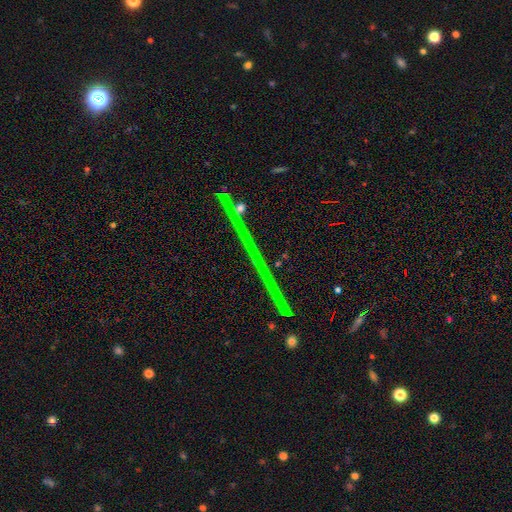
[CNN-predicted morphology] The model was most divided on "smooth or featured": star or artifact: 80%, featured or disk: 14%, smooth: 6%.